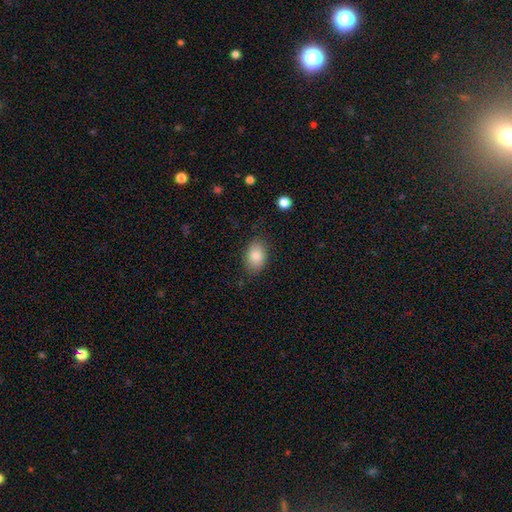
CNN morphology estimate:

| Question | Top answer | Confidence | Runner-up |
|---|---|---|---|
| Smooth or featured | smooth | 85% | featured or disk (8%) |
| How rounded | in between | 84% | round (15%) |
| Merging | none | 82% | minor disturbance (13%) |